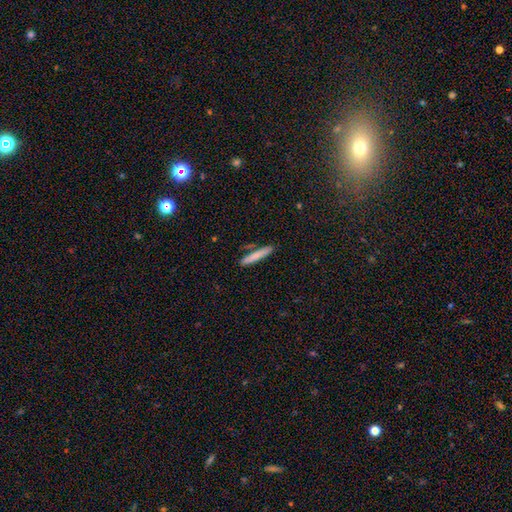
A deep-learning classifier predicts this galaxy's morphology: This is likely a smooth galaxy (78%). How rounded: clearly cigar-shaped (94%). Merging: clearly none (82%).